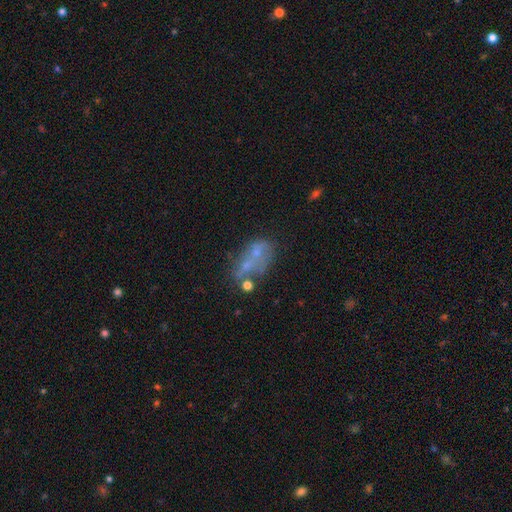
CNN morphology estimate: Smooth or featured?
  - featured or disk: 44% *
  - smooth: 36%
  - star or artifact: 20%
Merging?
  - merger: 31% * (tied)
  - none: 31% * (tied)
  - major disturbance: 21%
  - minor disturbance: 17%